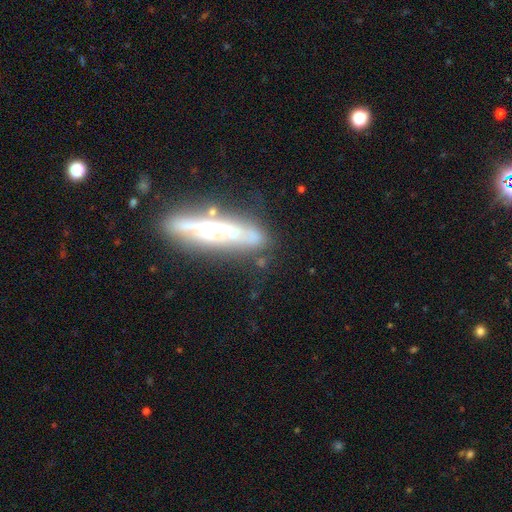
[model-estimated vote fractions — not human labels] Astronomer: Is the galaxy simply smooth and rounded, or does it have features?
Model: featured or disk — 66%.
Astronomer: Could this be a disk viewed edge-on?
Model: yes — 80%.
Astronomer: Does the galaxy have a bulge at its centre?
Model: rounded — 46% (runner-up: none, 35%).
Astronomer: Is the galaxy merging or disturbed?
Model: none — 64%.